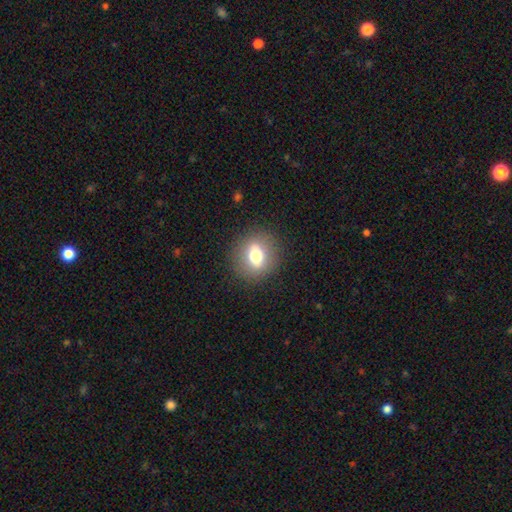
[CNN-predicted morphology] Q: Smooth or featured?
A: smooth (67%); runner-up: featured or disk (22%)
Q: How rounded?
A: round (68%); runner-up: in between (30%)
Q: Merging?
A: none (87%); runner-up: minor disturbance (8%)